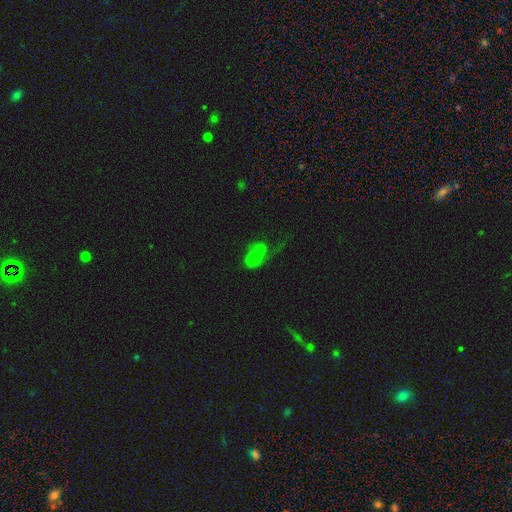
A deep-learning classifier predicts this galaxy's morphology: type=featured or disk (53%); edge-on=no (97%); bar=no (59%); spiral arms=yes (80%); bulge=none (52%); merging=major disturbance (36%, tied with none).